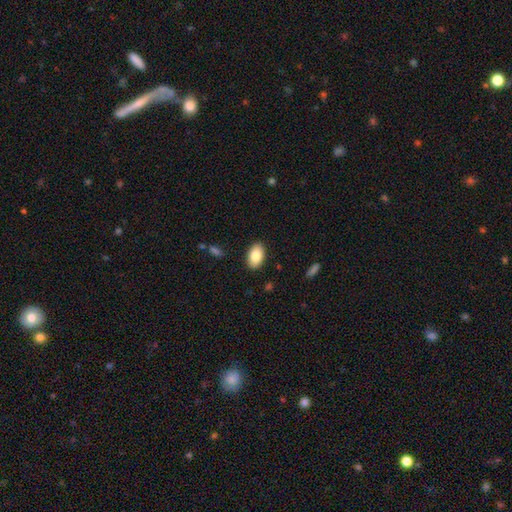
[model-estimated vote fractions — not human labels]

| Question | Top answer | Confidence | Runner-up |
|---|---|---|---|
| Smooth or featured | smooth | 83% | featured or disk (10%) |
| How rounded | in between | 93% | round (5%) |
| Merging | none | 89% | minor disturbance (8%) |